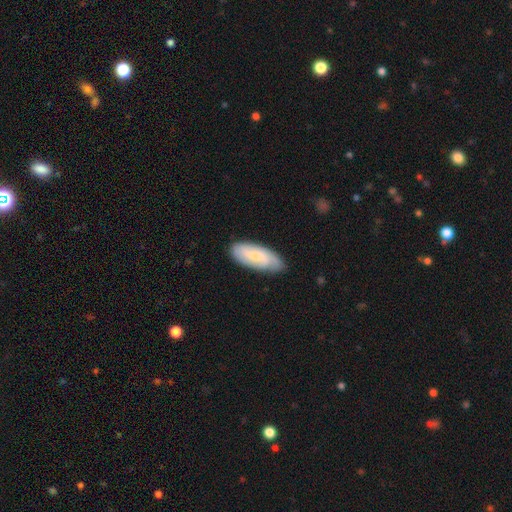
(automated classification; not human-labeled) smooth_or_featured: featured or disk (p=0.49) [alt: smooth p=0.45]
merging: none (p=0.79) [alt: minor disturbance p=0.16]